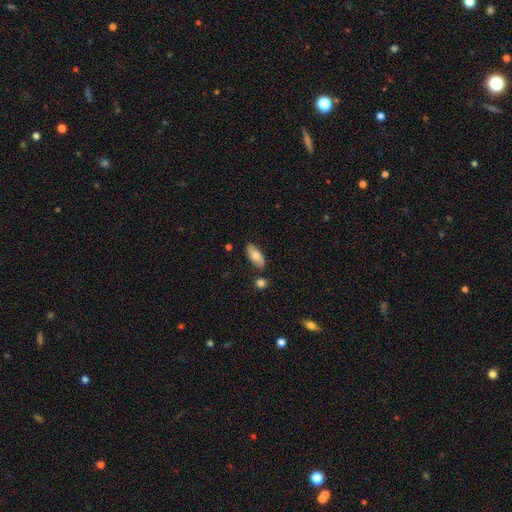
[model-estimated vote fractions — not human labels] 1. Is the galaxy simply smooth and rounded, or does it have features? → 65% smooth, 29% featured or disk, 6% star or artifact.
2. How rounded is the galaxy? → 86% in between, 11% cigar-shaped, 3% round.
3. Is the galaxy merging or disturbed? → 80% none, 12% minor disturbance, 5% merger, 2% major disturbance.